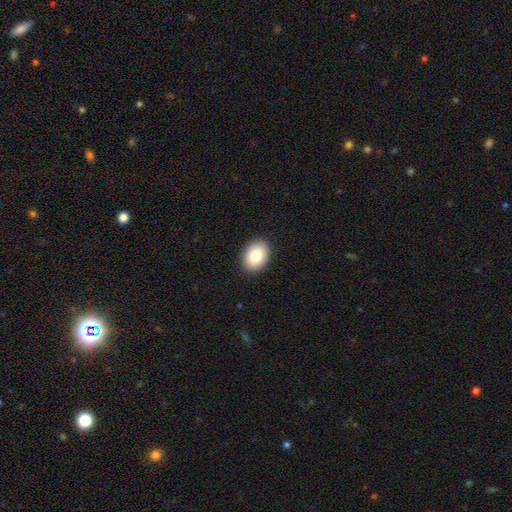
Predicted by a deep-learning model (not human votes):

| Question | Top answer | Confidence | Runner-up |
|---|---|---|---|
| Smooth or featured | smooth | 84% | featured or disk (9%) |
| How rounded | in between | 74% | round (25%) |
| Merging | none | 90% | minor disturbance (7%) |